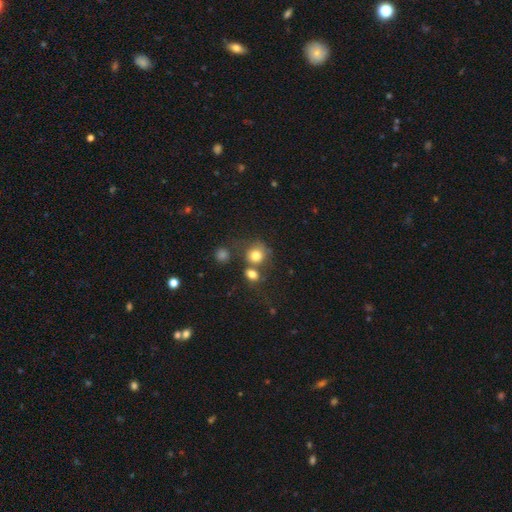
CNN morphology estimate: A smooth galaxy with no disk features (79%) that is round (78%).

Vote fractions:
- Smooth or featured? smooth: 79% / star or artifact: 11% / featured or disk: 10%
- How rounded? round: 78% / in between: 21% / cigar-shaped: 1%
- Merging? none: 46% / merger: 34% / minor disturbance: 13% / major disturbance: 7%